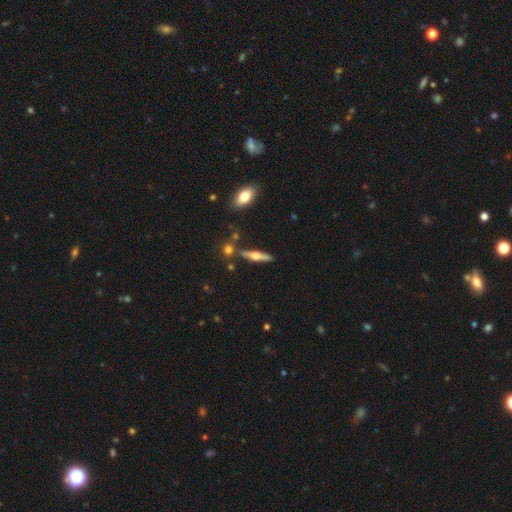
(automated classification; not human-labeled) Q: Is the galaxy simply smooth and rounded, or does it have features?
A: featured or disk — 61%.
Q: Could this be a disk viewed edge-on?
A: yes — 95%.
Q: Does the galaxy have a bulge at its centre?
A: rounded — 92%.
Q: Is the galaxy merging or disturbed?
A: none — 81%.